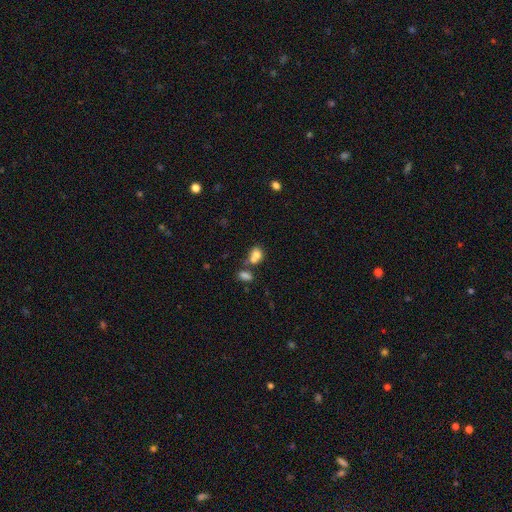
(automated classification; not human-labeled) A smooth galaxy with no disk features (78%) that is in between round and cigar-shaped (59%). Merging: merger (49%).